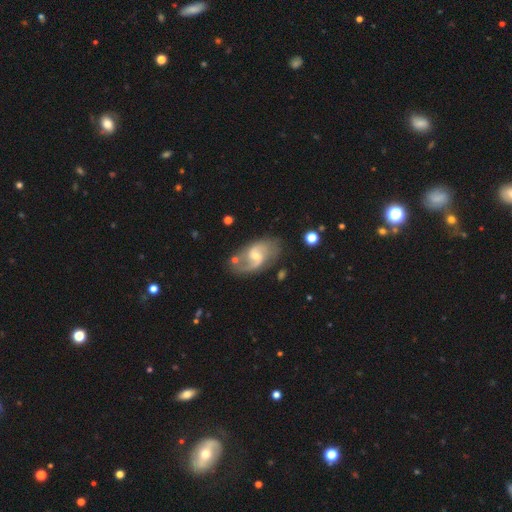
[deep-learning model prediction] A featured or disk galaxy (86%) with a weak bar (51%), 2 (89%) medium (46%) spiral arms (95%) and a small central bulge (57%).

Vote fractions:
- Smooth or featured? featured or disk: 86% / smooth: 8% / star or artifact: 5%
- Edge-on disk? no: 97% / yes: 3%
- Bar? weak: 51% / no: 37% / strong: 12%
- Spiral arms? yes: 95% / no: 5%
- Spiral winding? medium: 46% / loose: 42% / tight: 12%
- Spiral arm count? 2: 89% / 1: 4% / can't tell: 4% / 3: 1% / 4: 1% / more than 4: 1%
- Bulge size? small: 57% / moderate: 38% / none: 2% / large: 2% / dominant: 1%
- Merging? none: 71% / minor disturbance: 17% / major disturbance: 7% / merger: 5%